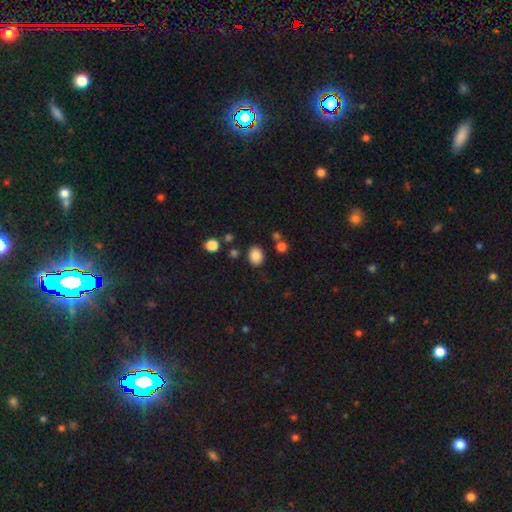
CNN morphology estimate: smooth 85%, star or artifact 10%, featured or disk 4%. Down the decision tree: how rounded — in between (51%); merging — none (81%).